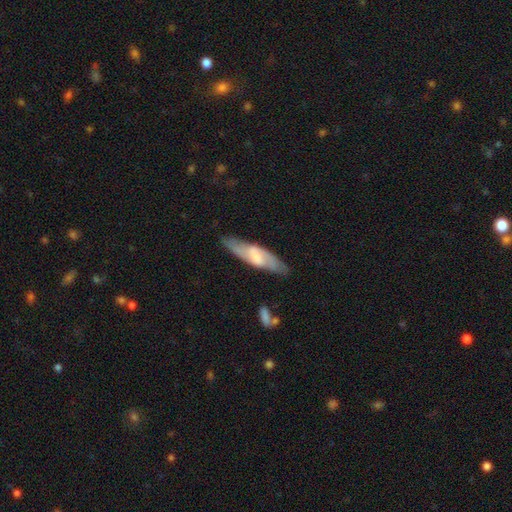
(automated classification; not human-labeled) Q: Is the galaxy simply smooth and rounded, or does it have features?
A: featured or disk — 58%.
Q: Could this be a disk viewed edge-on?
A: no — 66%.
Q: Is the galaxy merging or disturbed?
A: none — 76%.